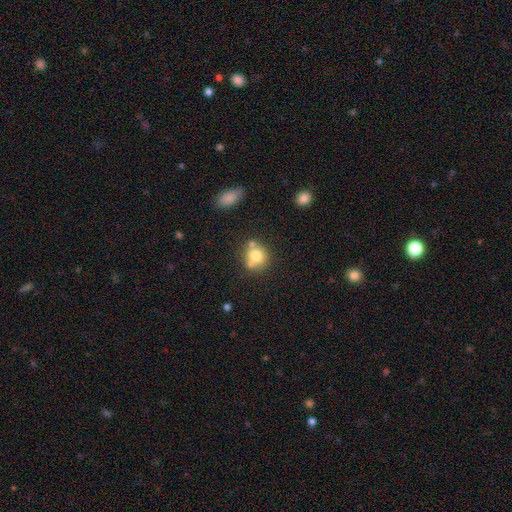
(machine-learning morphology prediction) Q: Smooth or featured?
A: smooth (74%); runner-up: featured or disk (16%)
Q: How rounded?
A: round (84%); runner-up: in between (15%)
Q: Merging?
A: none (57%); runner-up: merger (27%)